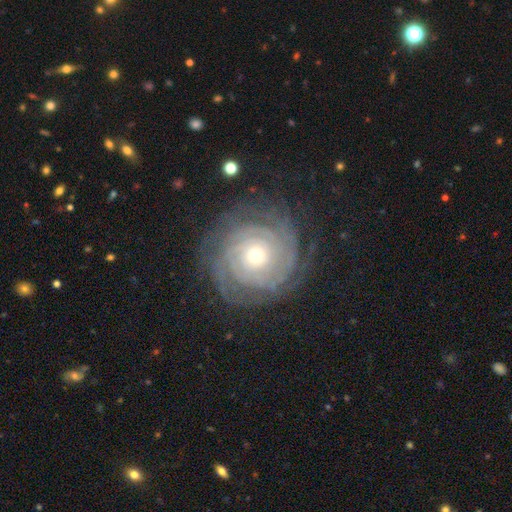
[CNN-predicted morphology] A featured or disk galaxy (85%) with no bar (81%), tight (86%) spiral arms (96%) and a small central bulge (51%). Merging: none (80%).